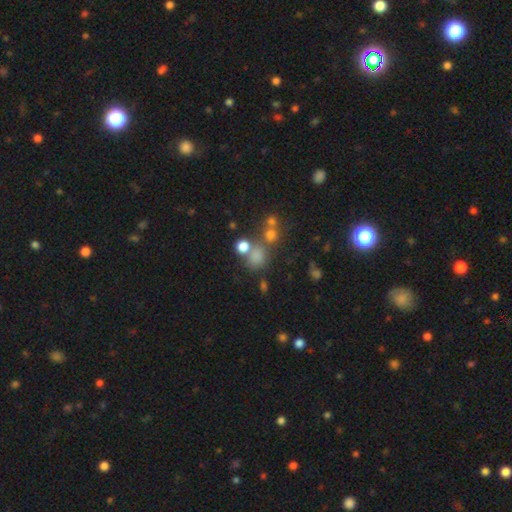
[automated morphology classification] type=smooth (71%); roundness=round (73%); merging=none (57%).